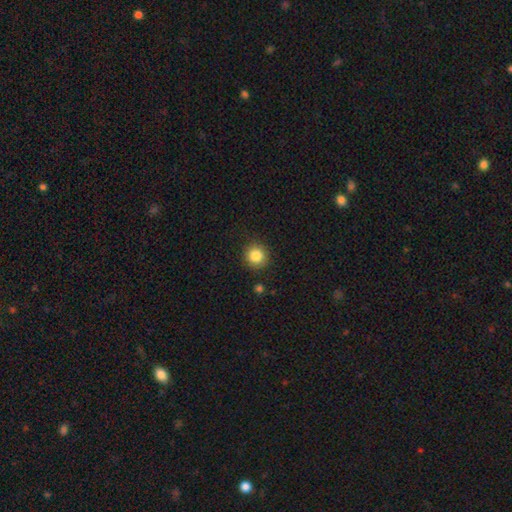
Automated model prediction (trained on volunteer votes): smooth-or-featured: smooth: 84% | star or artifact: 10% | featured or disk: 5%
  how-rounded: round: 92% | in between: 7% | cigar-shaped: 1%
  merging: none: 88% | minor disturbance: 8% | major disturbance: 2% | merger: 2%